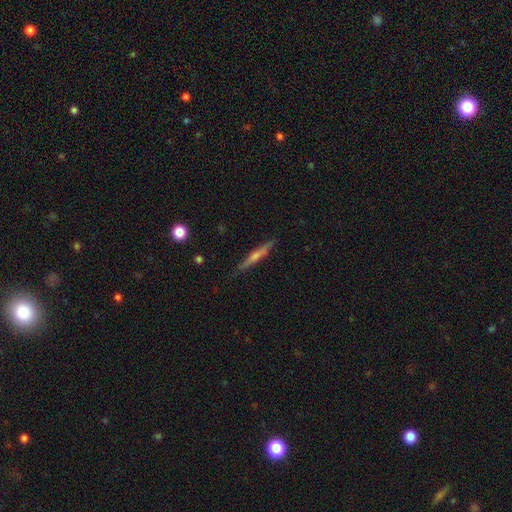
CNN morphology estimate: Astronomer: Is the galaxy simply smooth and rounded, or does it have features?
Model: featured or disk — 67%.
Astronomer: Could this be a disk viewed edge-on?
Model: yes — 97%.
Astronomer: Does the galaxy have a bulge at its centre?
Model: rounded — 69%.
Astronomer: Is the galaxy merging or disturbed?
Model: none — 89%.